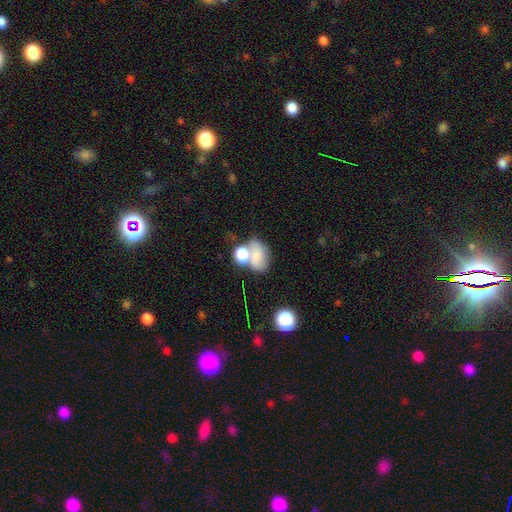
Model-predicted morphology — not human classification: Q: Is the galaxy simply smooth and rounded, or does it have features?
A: smooth — 67%.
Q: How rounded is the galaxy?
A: in between — 67%.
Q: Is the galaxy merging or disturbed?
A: merger — 43%.